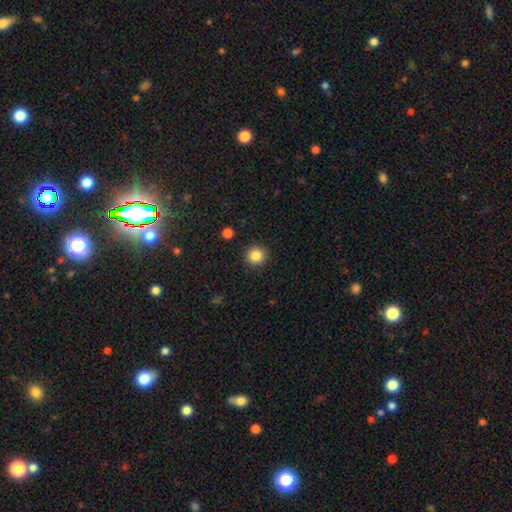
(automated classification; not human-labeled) A smooth galaxy with no disk features (85%) that is round (94%). Merging: none (92%).